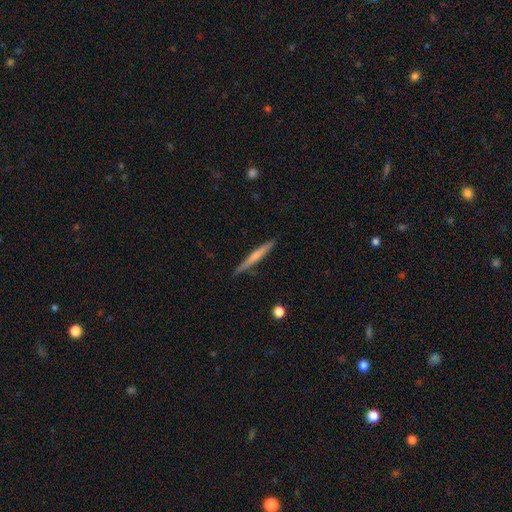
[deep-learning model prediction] Smooth or featured?
  - smooth: 54% *
  - featured or disk: 40%
  - star or artifact: 6%
How rounded?
  - cigar-shaped: 96% *
  - in between: 3%
  - round: 1%
Merging?
  - none: 86% *
  - minor disturbance: 10%
  - major disturbance: 2%
  - merger: 2%